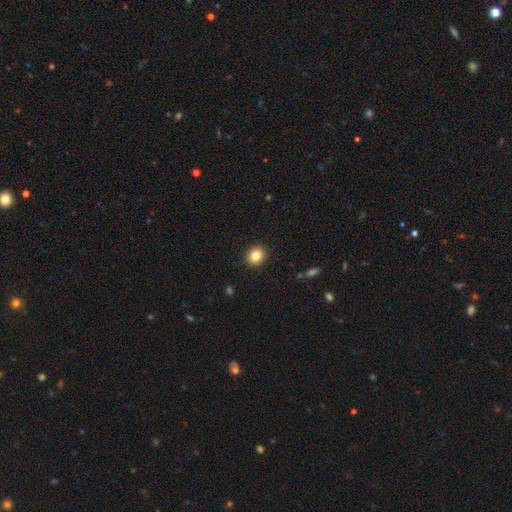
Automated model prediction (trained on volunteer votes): The model was most divided on "how rounded": round: 79%, in between: 20%, cigar-shaped: 1%. More confident: merging — none (91%); smooth or featured — smooth (83%).